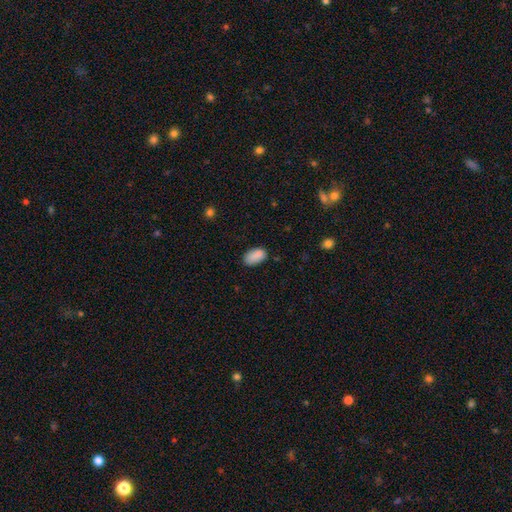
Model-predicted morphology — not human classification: type=smooth (87%); roundness=in between (94%); merging=none (75%).